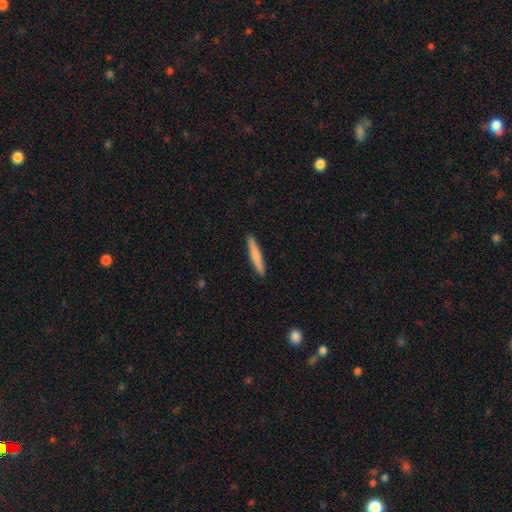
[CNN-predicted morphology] smooth-or-featured: smooth: 75% | featured or disk: 20% | star or artifact: 5%
  how-rounded: cigar-shaped: 94% | in between: 5% | round: 1%
  merging: none: 91% | minor disturbance: 7% | major disturbance: 1% | merger: 1%